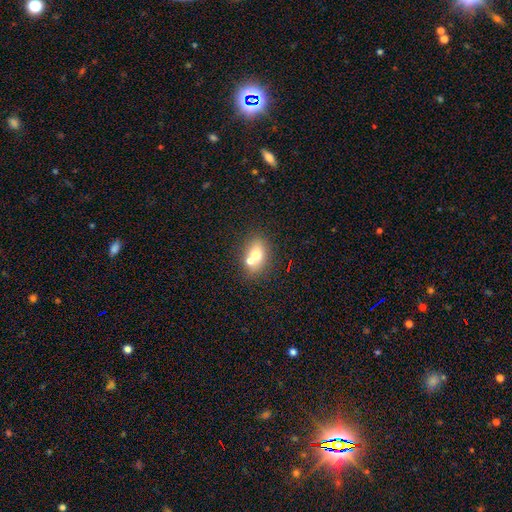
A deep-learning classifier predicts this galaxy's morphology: type=smooth (69%); roundness=in between (69%); merging=none (50%).